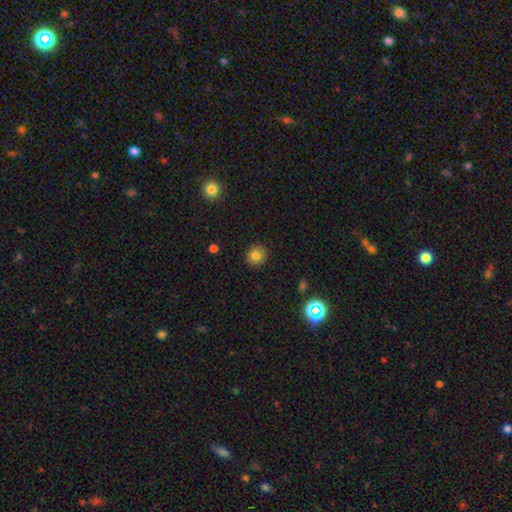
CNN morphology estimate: This appears to be a smooth galaxy with no disk features (80%) that is round (91%). Merging: none (91%).